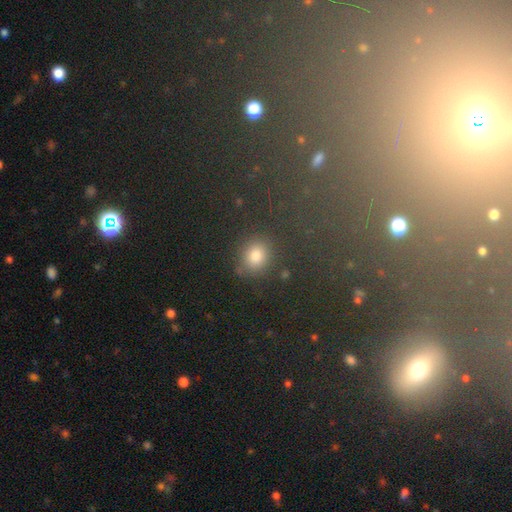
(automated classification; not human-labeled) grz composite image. It shows a smooth galaxy with no disk features (75%) that is round (72%). Merging: none (79%).